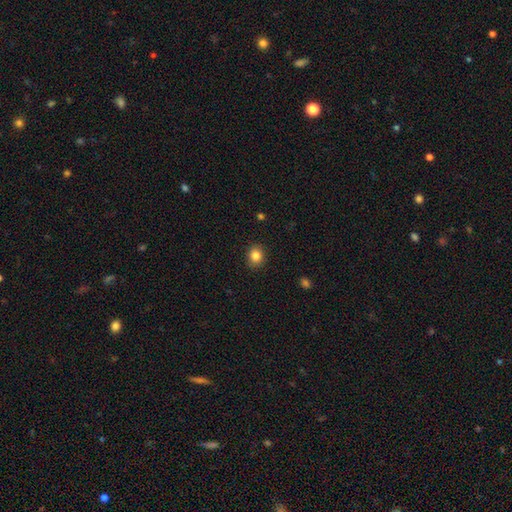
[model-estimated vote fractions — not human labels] smooth 84%, star or artifact 11%, featured or disk 6%. Down the decision tree: how rounded — round (75%); merging — none (90%).